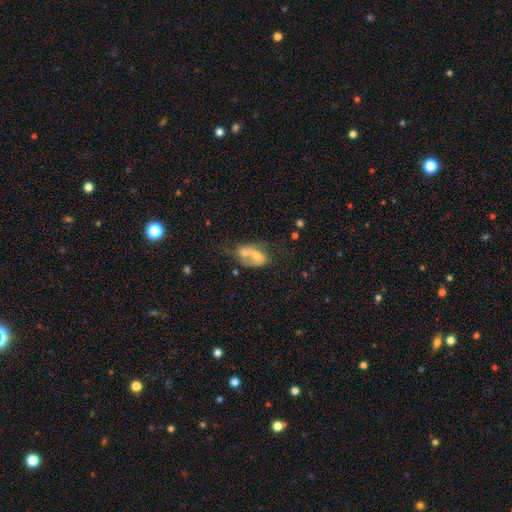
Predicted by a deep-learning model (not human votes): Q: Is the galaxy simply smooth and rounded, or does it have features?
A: smooth — 51%.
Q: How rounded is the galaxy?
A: in between — 79%.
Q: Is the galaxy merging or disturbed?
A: merger — 62%.